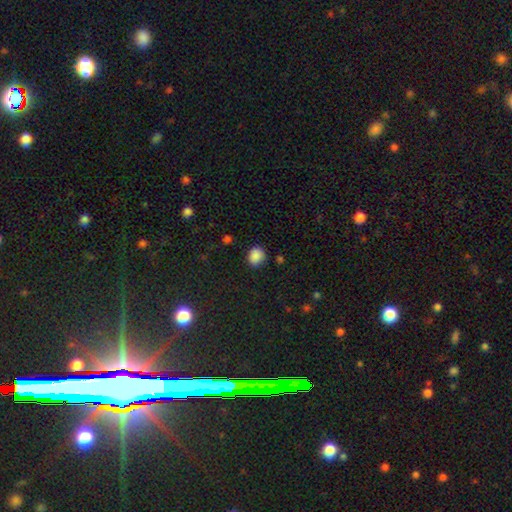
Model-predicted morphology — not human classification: A smooth galaxy with no disk features (86%) that is round (70%).

Vote fractions:
- Smooth or featured? smooth: 86% / star or artifact: 11% / featured or disk: 4%
- How rounded? round: 70% / in between: 29% / cigar-shaped: 1%
- Merging? none: 79% / minor disturbance: 15% / major disturbance: 3% / merger: 2%